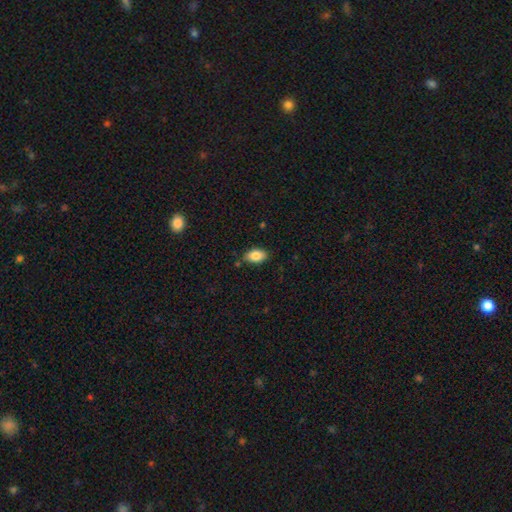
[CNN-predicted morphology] This appears to be a smooth galaxy with no disk features (84%) that is in between round and cigar-shaped (92%). Merging: none (82%).